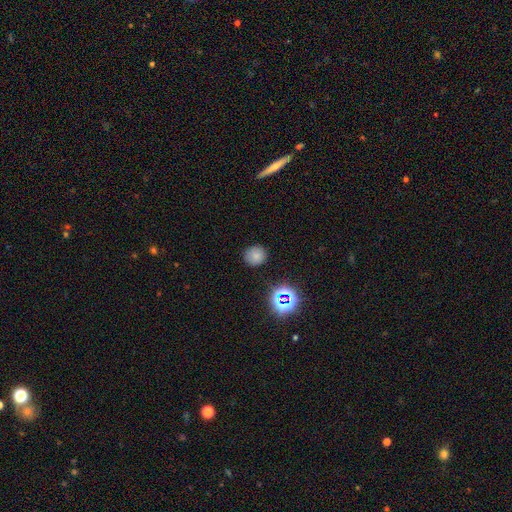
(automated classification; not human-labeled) Overall: smooth (73%). How rounded: round (89%). Merging: none (86%).